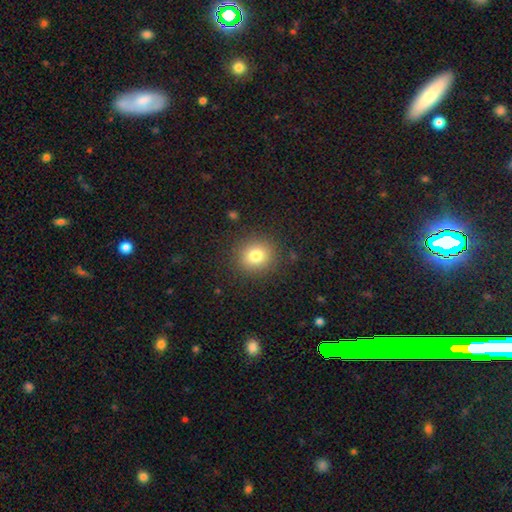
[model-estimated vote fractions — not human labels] smooth-or-featured: smooth: 80% | star or artifact: 12% | featured or disk: 8%
  how-rounded: round: 82% | in between: 17% | cigar-shaped: 1%
  merging: none: 88% | minor disturbance: 8% | major disturbance: 3% | merger: 1%